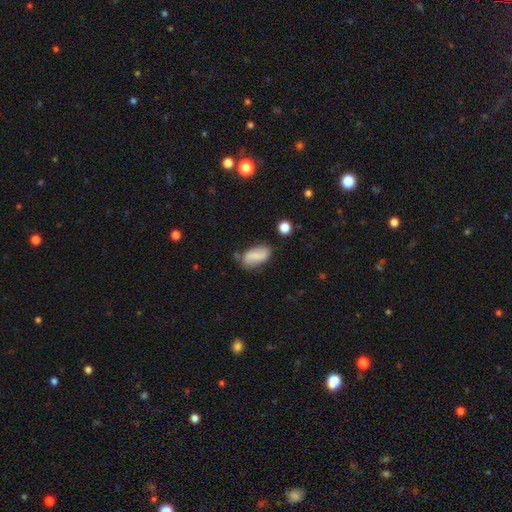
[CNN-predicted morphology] Overall: smooth (61%; featured or disk 30%). How rounded: in between (91%). Merging: none (60%; minor disturbance 27%).